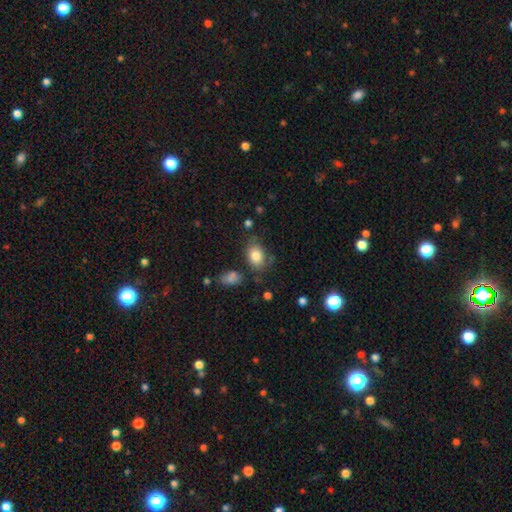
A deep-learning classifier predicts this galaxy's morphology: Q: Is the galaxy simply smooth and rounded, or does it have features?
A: smooth — 82%.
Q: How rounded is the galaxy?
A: in between — 79%.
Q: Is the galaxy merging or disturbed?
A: none — 64%.